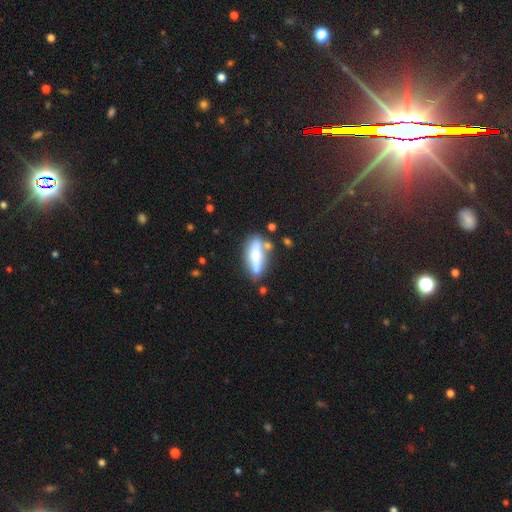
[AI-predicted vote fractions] This appears to be a smooth galaxy with no disk features (53%) that is cigar-shaped (58%). Merging: none (70%).